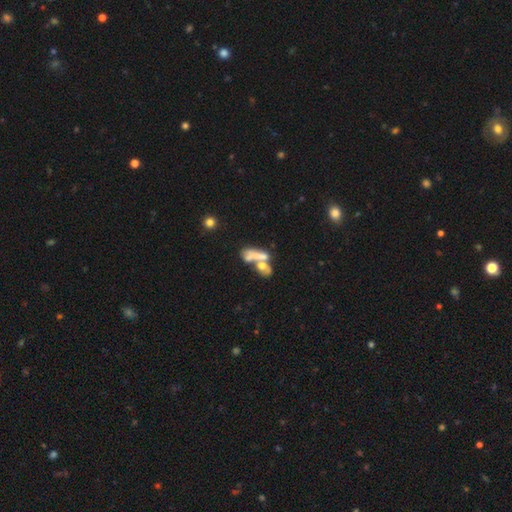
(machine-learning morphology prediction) Q: Smooth or featured?
A: smooth (52%); runner-up: featured or disk (35%)
Q: How rounded?
A: in between (60%); runner-up: cigar-shaped (28%)
Q: Merging?
A: merger (59%); runner-up: none (18%)